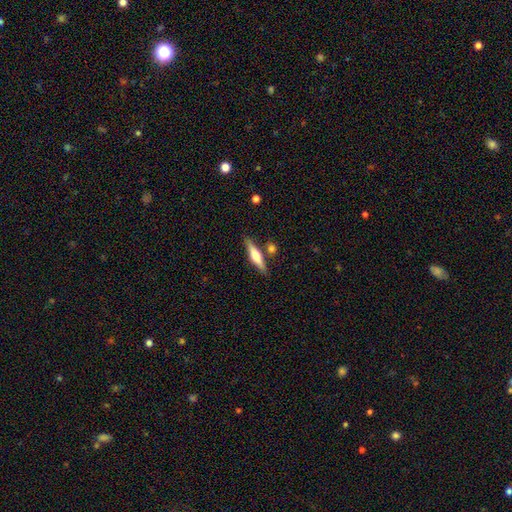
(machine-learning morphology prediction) A featured or disk galaxy (50%).

Vote fractions:
- Smooth or featured? featured or disk: 50% / smooth: 44% / star or artifact: 6%
- Merging? none: 80% / minor disturbance: 10% / merger: 7% / major disturbance: 2%